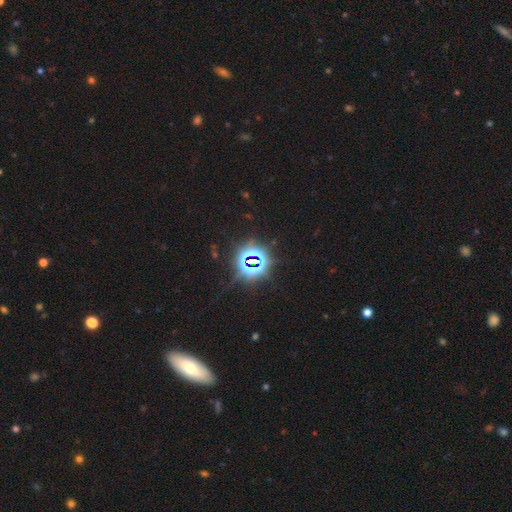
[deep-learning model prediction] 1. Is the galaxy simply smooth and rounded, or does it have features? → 81% star or artifact, 12% smooth, 8% featured or disk.